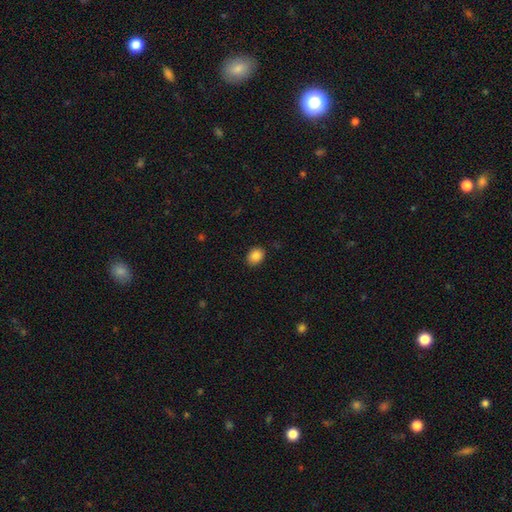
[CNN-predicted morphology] A smooth galaxy with no disk features (86%) that is in between round and cigar-shaped (59%).

Vote fractions:
- Smooth or featured? smooth: 86% / star or artifact: 9% / featured or disk: 5%
- How rounded? in between: 59% / round: 40% / cigar-shaped: 1%
- Merging? none: 87% / minor disturbance: 10% / major disturbance: 2% / merger: 1%